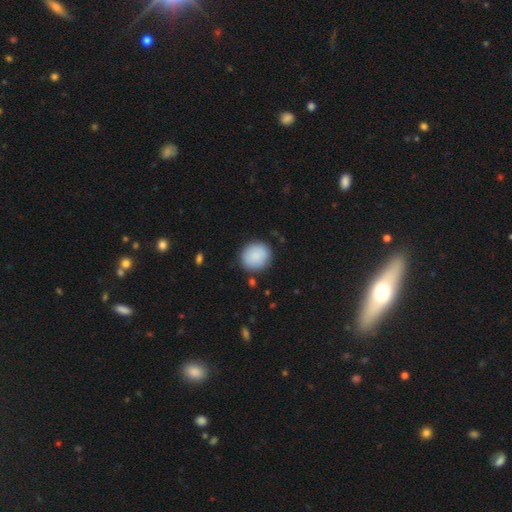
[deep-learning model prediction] Smooth or featured: smooth — 88% (star or artifact — 7%)
How rounded: round — 83% (in between — 16%)
Merging: none — 85% (minor disturbance — 10%)